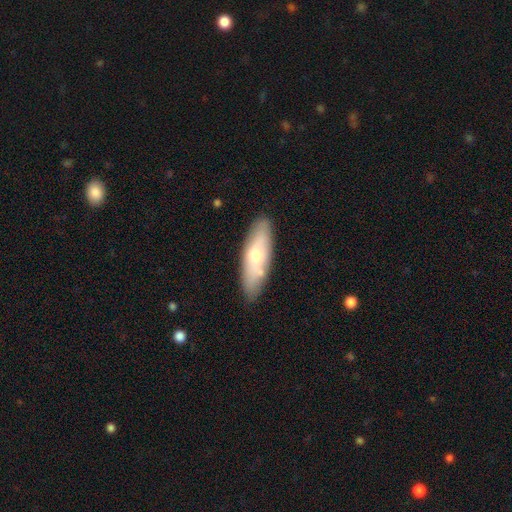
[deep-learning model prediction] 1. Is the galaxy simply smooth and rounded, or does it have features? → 59% smooth, 35% featured or disk, 6% star or artifact.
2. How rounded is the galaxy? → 58% in between, 40% cigar-shaped, 2% round.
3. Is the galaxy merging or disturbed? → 81% none, 13% minor disturbance, 3% merger, 3% major disturbance.